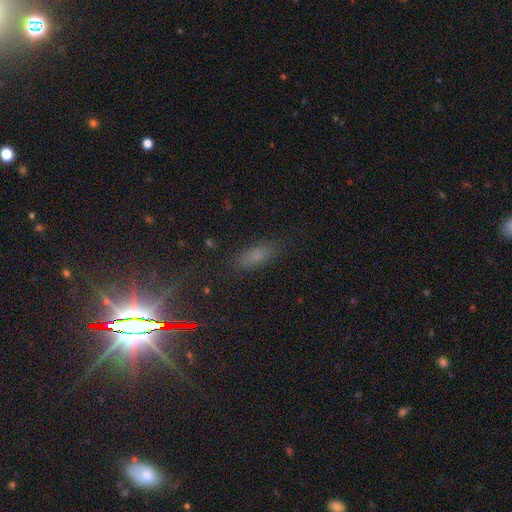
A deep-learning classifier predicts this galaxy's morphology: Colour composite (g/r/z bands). It shows a smooth galaxy with no disk features (60%) that is in between round and cigar-shaped (66%). Merging: none (80%).